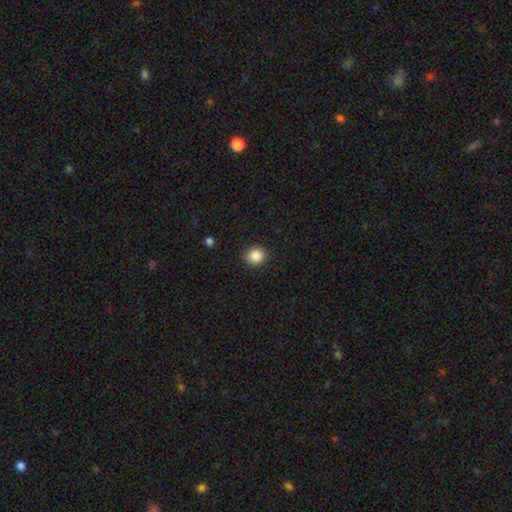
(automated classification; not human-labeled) Q: Smooth or featured?
A: smooth (87%); runner-up: star or artifact (9%)
Q: How rounded?
A: round (85%); runner-up: in between (14%)
Q: Merging?
A: none (90%); runner-up: minor disturbance (7%)